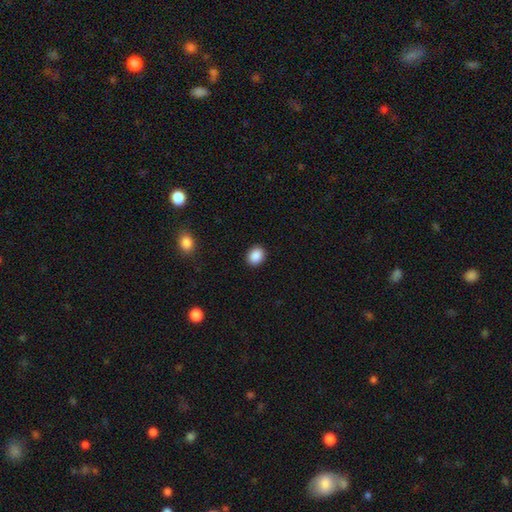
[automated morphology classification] This is clearly a smooth galaxy (89%). How rounded: possibly round (54%). Merging: clearly none (91%).